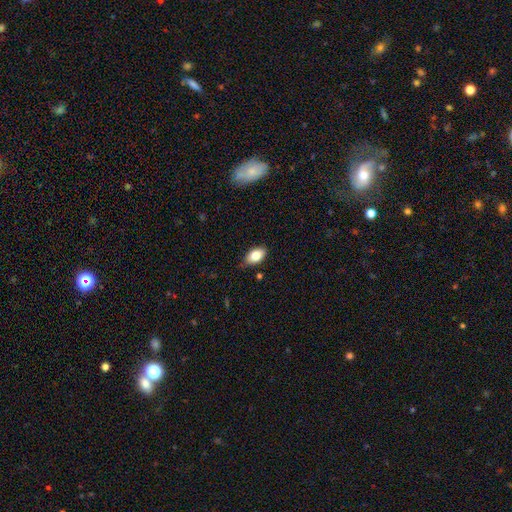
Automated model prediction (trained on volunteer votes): Overall: smooth (81%). How rounded: in between (92%). Merging: none (82%).